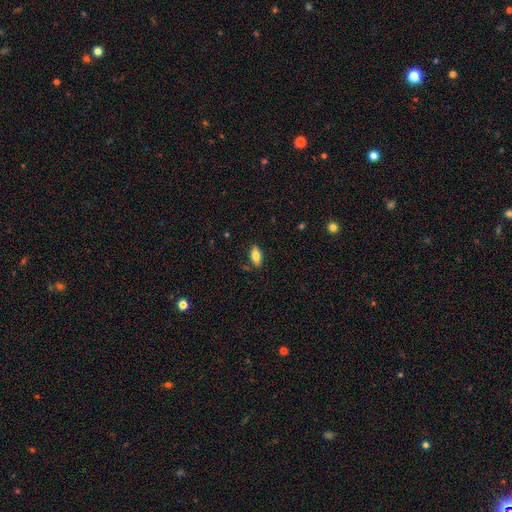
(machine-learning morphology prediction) Smooth or featured?
  - smooth: 75% *
  - featured or disk: 18%
  - star or artifact: 7%
How rounded?
  - in between: 86% *
  - cigar-shaped: 11%
  - round: 3%
Merging?
  - none: 84% *
  - minor disturbance: 11%
  - major disturbance: 2%
  - merger: 2%